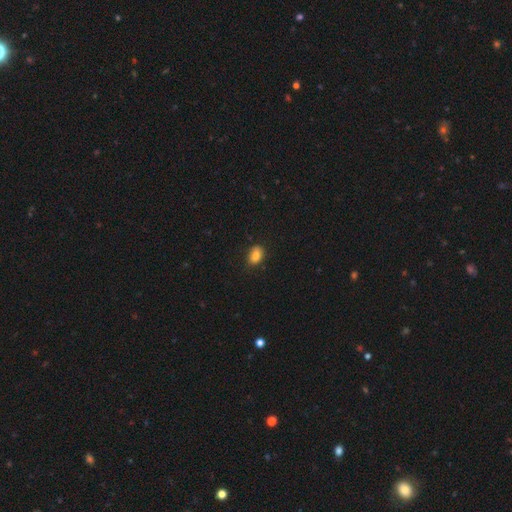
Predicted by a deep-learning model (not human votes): This is clearly a smooth galaxy (84%). How rounded: clearly in between (82%). Merging: likely none (77%).